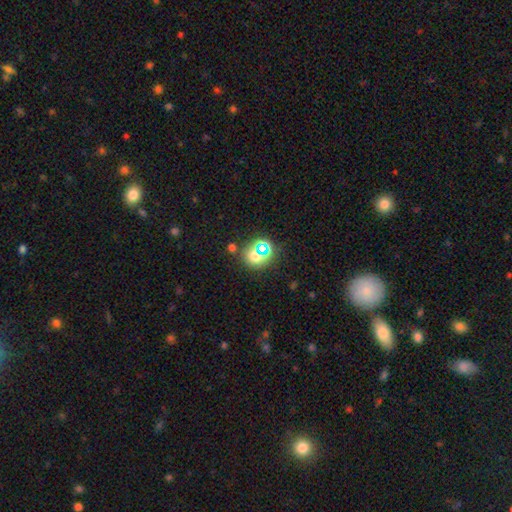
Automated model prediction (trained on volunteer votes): smooth-or-featured: smooth: 50% | star or artifact: 38% | featured or disk: 12%
  merging: none: 66% | merger: 17% | minor disturbance: 11% | major disturbance: 6%